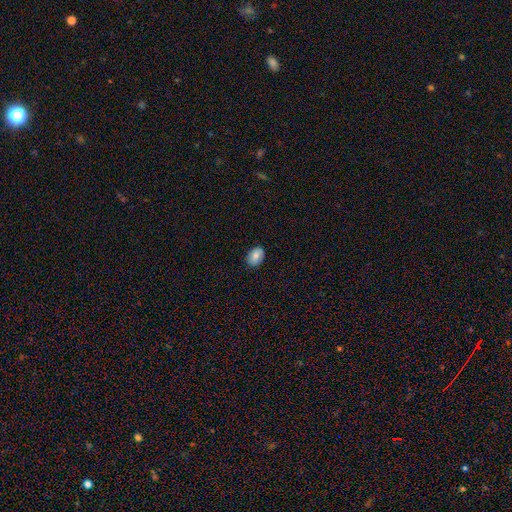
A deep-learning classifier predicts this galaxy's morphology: A smooth galaxy with no disk features (82%) that is in between round and cigar-shaped (76%). Merging: none (87%).